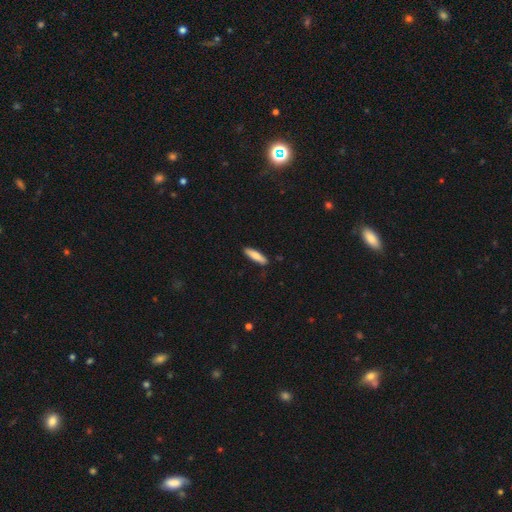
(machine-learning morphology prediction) Smooth or featured? smooth (81%)
How rounded? cigar-shaped (71%)
Merging? none (86%)